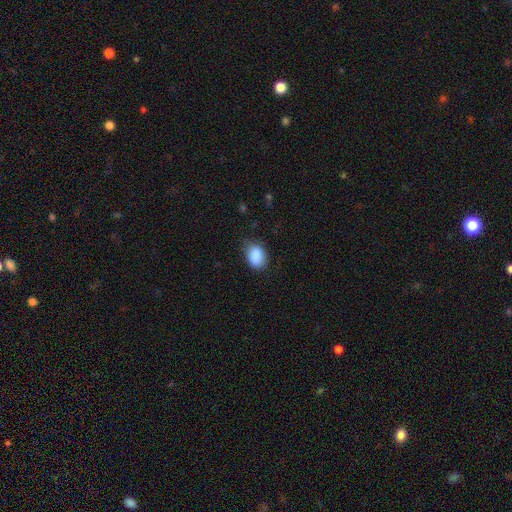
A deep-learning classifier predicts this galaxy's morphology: smooth_or_featured: smooth (p=0.88) [alt: star or artifact p=0.08]
how_rounded: in between (p=0.76) [alt: round p=0.23]
merging: none (p=0.70) [alt: minor disturbance p=0.23]